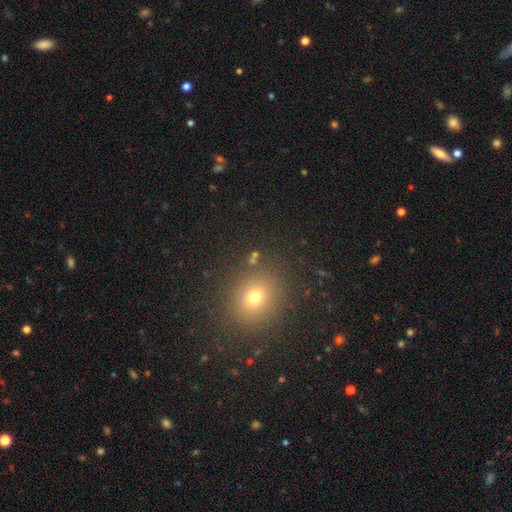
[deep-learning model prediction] A smooth galaxy with no disk features (65%) that is round (76%).

Vote fractions:
- Smooth or featured? smooth: 65% / star or artifact: 26% / featured or disk: 9%
- How rounded? round: 76% / in between: 23% / cigar-shaped: 1%
- Merging? none: 86% / minor disturbance: 8% / major disturbance: 3% / merger: 3%